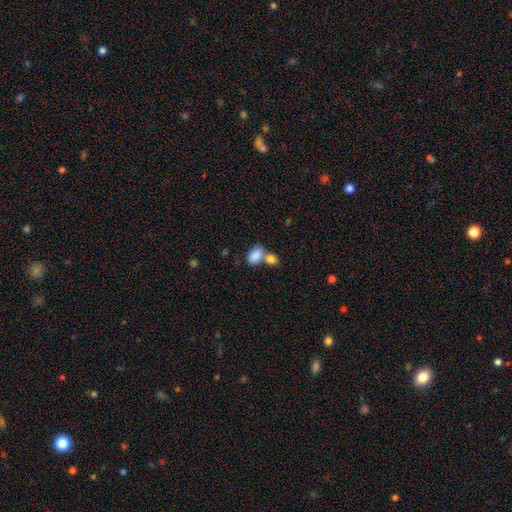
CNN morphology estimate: Smooth or featured? Predicted: smooth (p=0.85). How rounded? Predicted: in between (p=0.87). Merging? Predicted: merger (p=0.51).